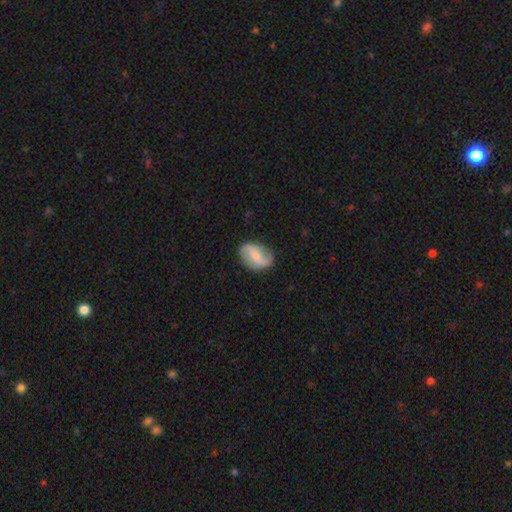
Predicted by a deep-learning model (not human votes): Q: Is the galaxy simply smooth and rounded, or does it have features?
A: featured or disk — 66%.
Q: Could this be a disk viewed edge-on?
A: no — 97%.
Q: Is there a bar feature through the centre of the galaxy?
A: weak — 46%.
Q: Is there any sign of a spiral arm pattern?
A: yes — 91%.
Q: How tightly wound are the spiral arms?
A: loose — 58%.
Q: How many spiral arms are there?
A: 2 — 88%.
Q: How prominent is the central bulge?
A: small — 46%.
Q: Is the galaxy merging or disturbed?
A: none — 77%.